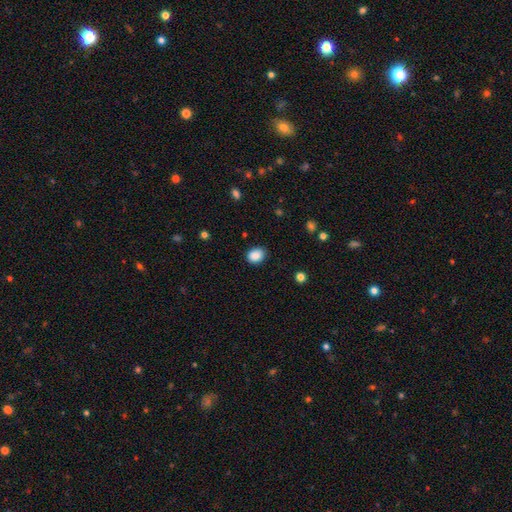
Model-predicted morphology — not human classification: type=smooth (88%); roundness=in between (57%); merging=none (85%).